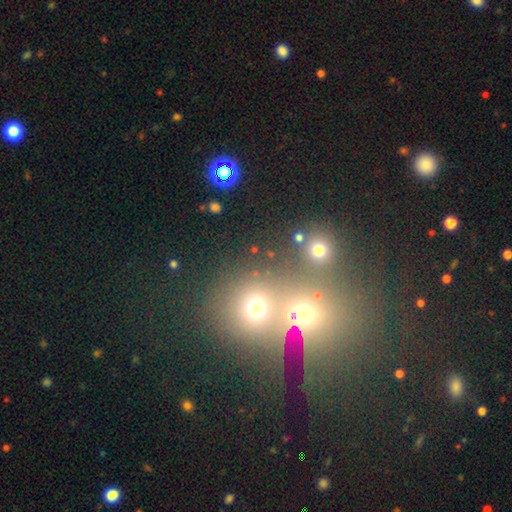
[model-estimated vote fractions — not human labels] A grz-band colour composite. It shows a smooth galaxy with no disk features (53%) that is round (77%). Merging: merger (50%).